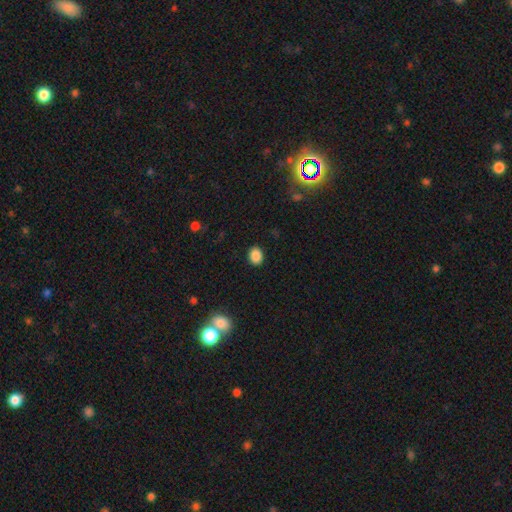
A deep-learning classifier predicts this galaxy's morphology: Q: Smooth or featured?
A: smooth (88%); runner-up: star or artifact (9%)
Q: How rounded?
A: in between (54%); runner-up: round (45%)
Q: Merging?
A: none (90%); runner-up: minor disturbance (7%)